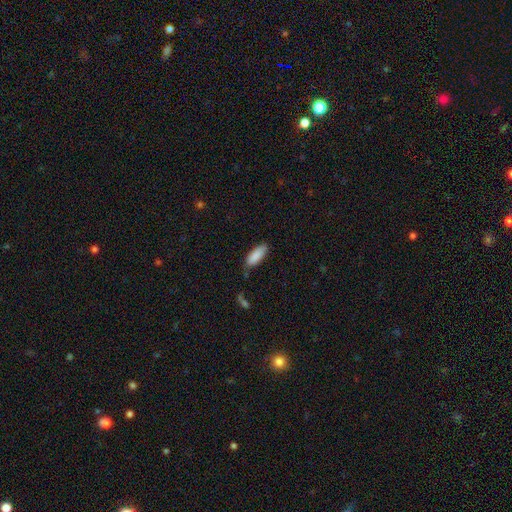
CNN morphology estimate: Smooth or featured? smooth (88%)
How rounded? in between (70%)
Merging? none (75%)